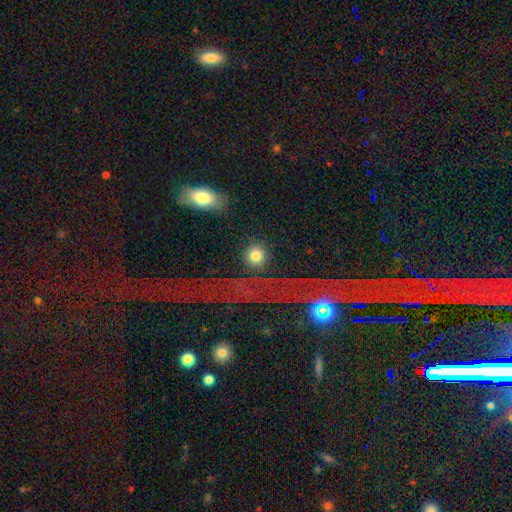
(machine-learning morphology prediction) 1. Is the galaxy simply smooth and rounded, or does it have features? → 75% smooth, 14% star or artifact, 11% featured or disk.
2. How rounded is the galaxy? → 88% round, 10% in between, 2% cigar-shaped.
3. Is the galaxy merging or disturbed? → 78% none, 10% minor disturbance, 6% major disturbance, 6% merger.